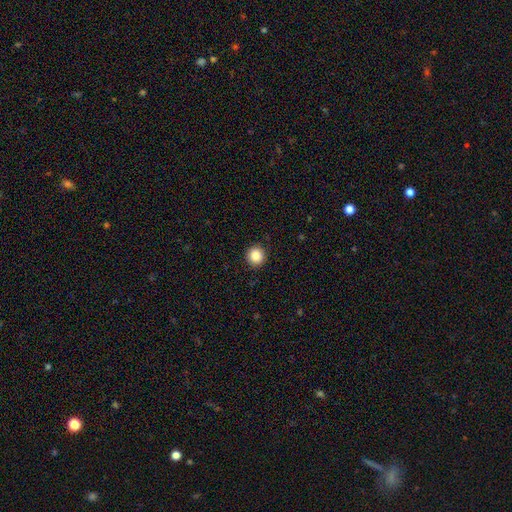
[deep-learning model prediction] Smooth or featured? Predicted: smooth (p=0.87). How rounded? Predicted: round (p=0.95). Merging? Predicted: none (p=0.92).